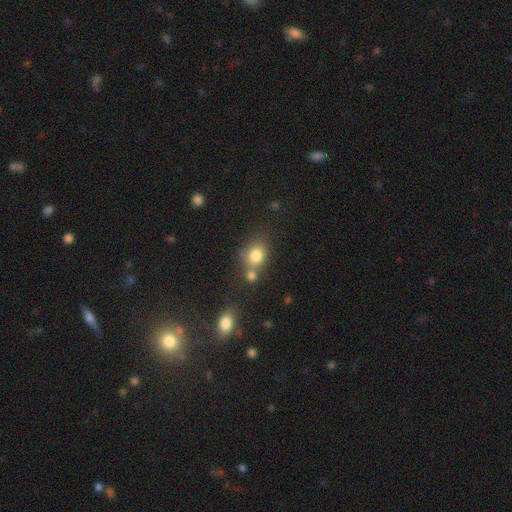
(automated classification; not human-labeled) Q: Smooth or featured?
A: smooth (80%); runner-up: star or artifact (11%)
Q: How rounded?
A: round (59%); runner-up: in between (40%)
Q: Merging?
A: none (52%); runner-up: merger (31%)